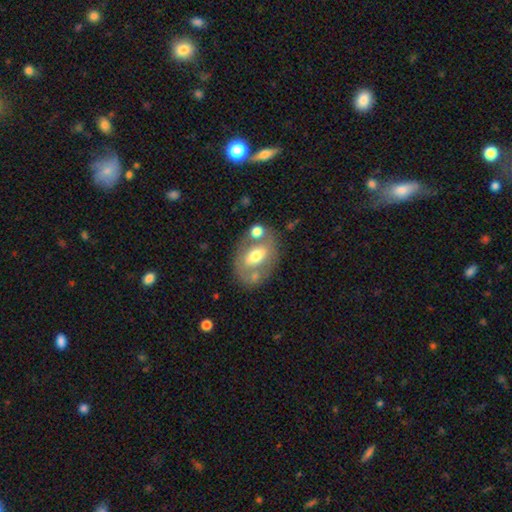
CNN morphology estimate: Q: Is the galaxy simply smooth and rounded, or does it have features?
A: featured or disk — 47%.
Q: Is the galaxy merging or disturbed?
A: none — 57%.